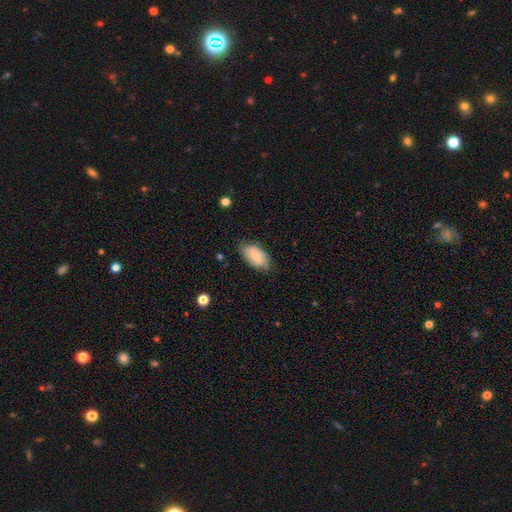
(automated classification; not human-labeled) Smooth or featured: smooth — 71% (featured or disk — 23%)
How rounded: in between — 94% (round — 4%)
Merging: none — 72% (minor disturbance — 22%)